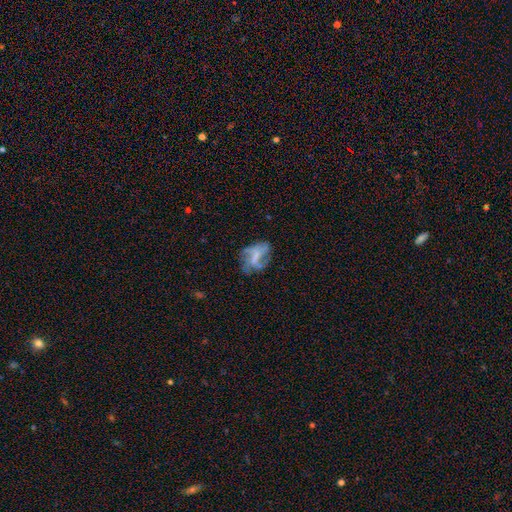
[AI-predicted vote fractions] The model was most divided on "bar": weak: 42%, no: 39%, strong: 20%. Remaining: edge-on disk — no (97%); spiral arms — yes (74%); smooth or featured — featured or disk (66%); merging — none (51%); bulge size — none (50%).